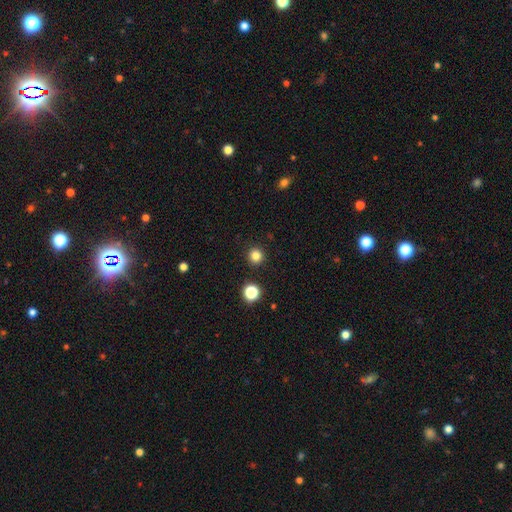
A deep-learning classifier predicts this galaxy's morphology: A smooth galaxy with no disk features (83%) that is round (94%). Merging: none (92%).